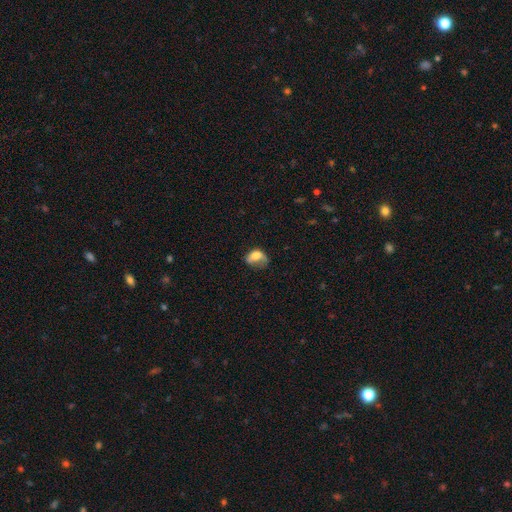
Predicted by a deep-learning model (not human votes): Smooth or featured: smooth — 66% (featured or disk — 24%)
How rounded: in between — 72% (round — 27%)
Merging: major disturbance — 41% (minor disturbance — 30%)